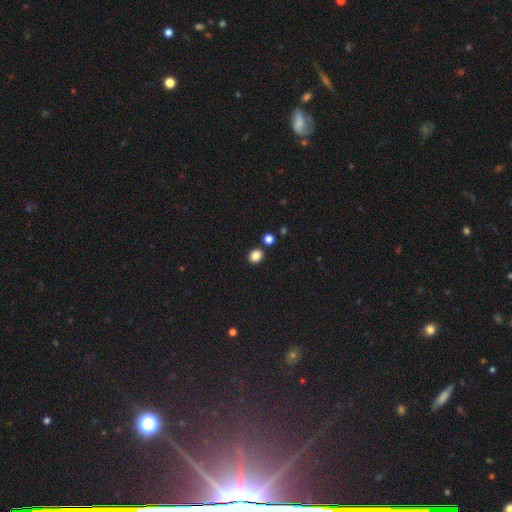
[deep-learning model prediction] The model was most divided on "how rounded": round: 60%, in between: 39%, cigar-shaped: 1%. More confident: smooth or featured — smooth (85%); merging — none (82%).